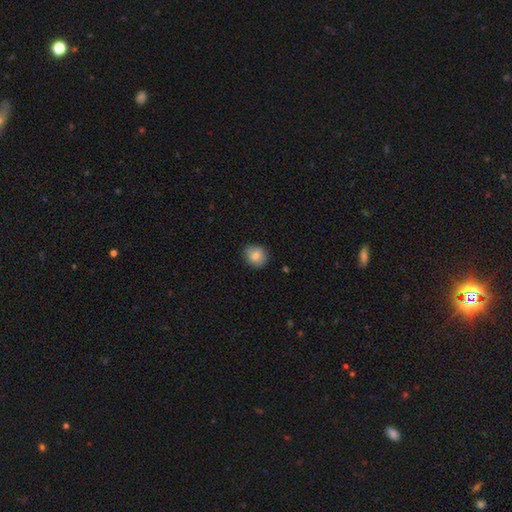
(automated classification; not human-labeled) Smooth or featured? smooth (83%)
How rounded? round (73%)
Merging? none (85%)